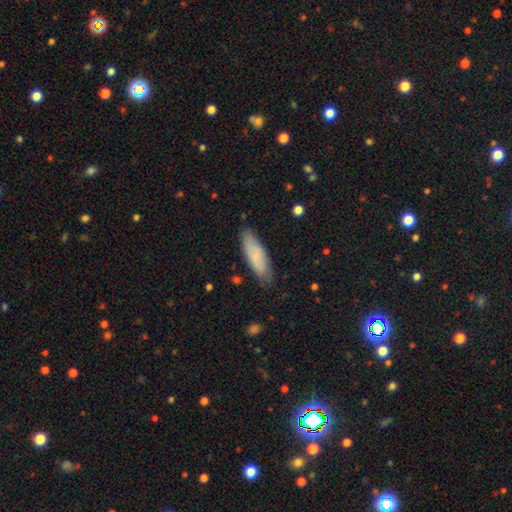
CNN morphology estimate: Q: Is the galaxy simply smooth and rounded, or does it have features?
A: smooth — 80%.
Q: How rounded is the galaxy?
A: in between — 50%.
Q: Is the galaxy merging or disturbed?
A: none — 80%.